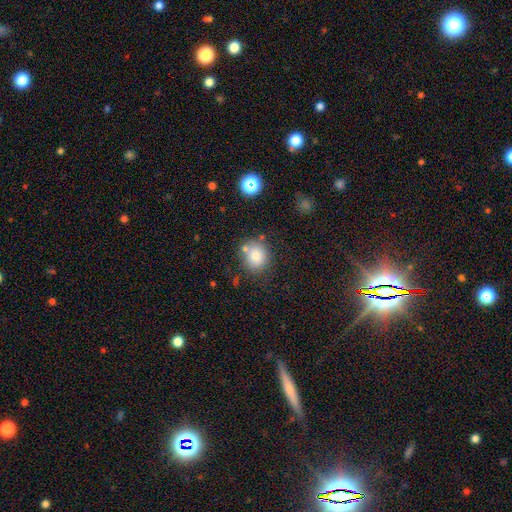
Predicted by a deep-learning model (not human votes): A smooth galaxy with no disk features (77%) that is round (79%).

Vote fractions:
- Smooth or featured? smooth: 77% / star or artifact: 12% / featured or disk: 11%
- How rounded? round: 79% / in between: 20% / cigar-shaped: 1%
- Merging? none: 70% / minor disturbance: 14% / merger: 12% / major disturbance: 4%